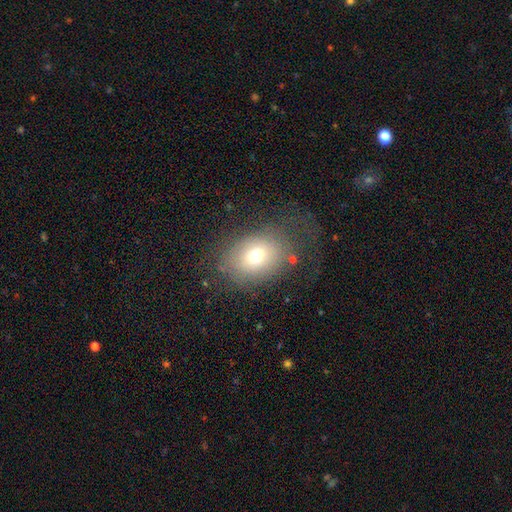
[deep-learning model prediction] smooth_or_featured: smooth (p=0.68) [alt: featured or disk p=0.19]
how_rounded: in between (p=0.65) [alt: round p=0.34]
merging: none (p=0.58) [alt: major disturbance p=0.20]